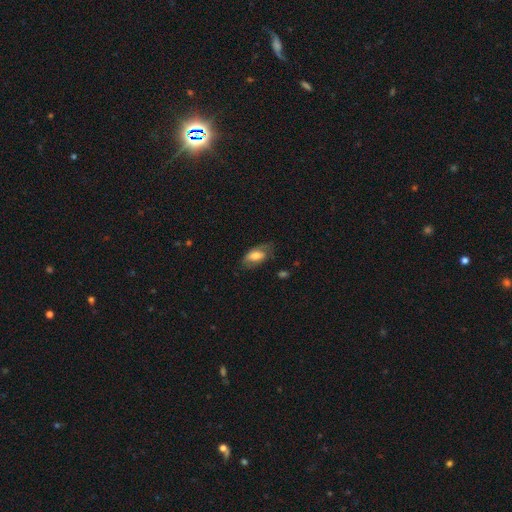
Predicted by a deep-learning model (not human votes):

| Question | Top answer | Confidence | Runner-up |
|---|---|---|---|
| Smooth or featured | smooth | 62% | featured or disk (31%) |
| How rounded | in between | 88% | cigar-shaped (7%) |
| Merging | none | 59% | minor disturbance (26%) |